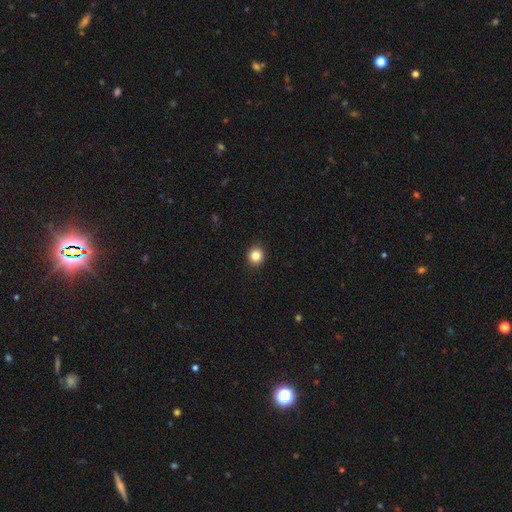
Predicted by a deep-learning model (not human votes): Q: Smooth or featured?
A: smooth (85%); runner-up: star or artifact (11%)
Q: How rounded?
A: round (91%); runner-up: in between (8%)
Q: Merging?
A: none (92%); runner-up: minor disturbance (5%)